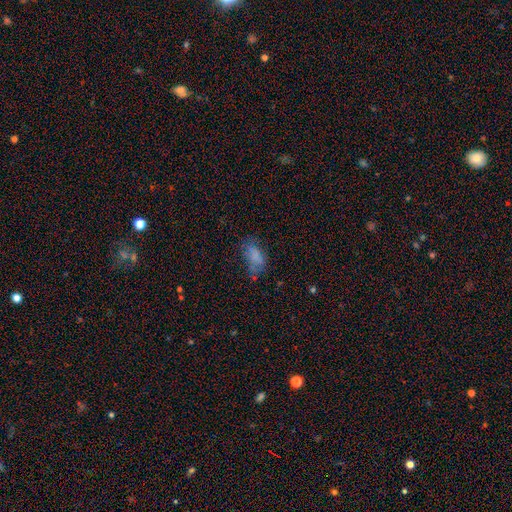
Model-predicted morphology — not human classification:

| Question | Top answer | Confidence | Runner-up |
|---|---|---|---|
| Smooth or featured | smooth | 68% | featured or disk (18%) |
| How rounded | in between | 87% | cigar-shaped (8%) |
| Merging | none | 44% | minor disturbance (29%) |